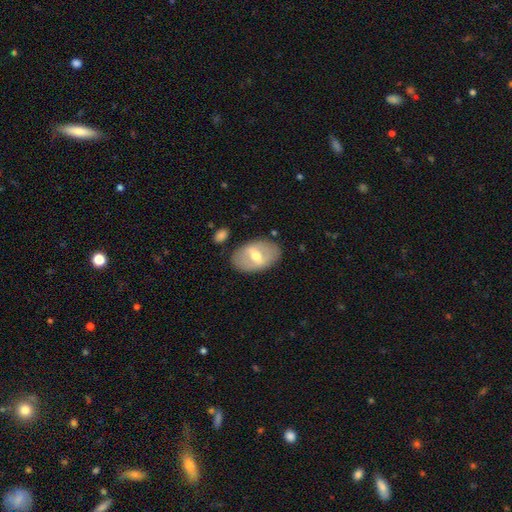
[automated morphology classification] Smooth or featured: featured or disk — 54% (smooth — 40%)
Edge-on disk: no — 87% (yes — 13%)
Merging: none — 82% (minor disturbance — 12%)